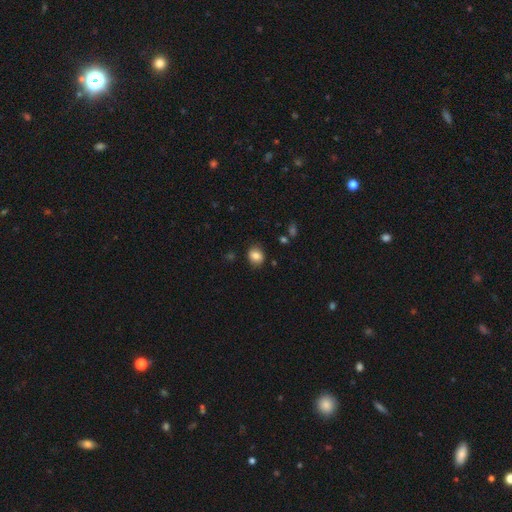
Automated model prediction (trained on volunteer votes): Overall: smooth (83%). How rounded: round (61%; in between 38%). Merging: none (84%).